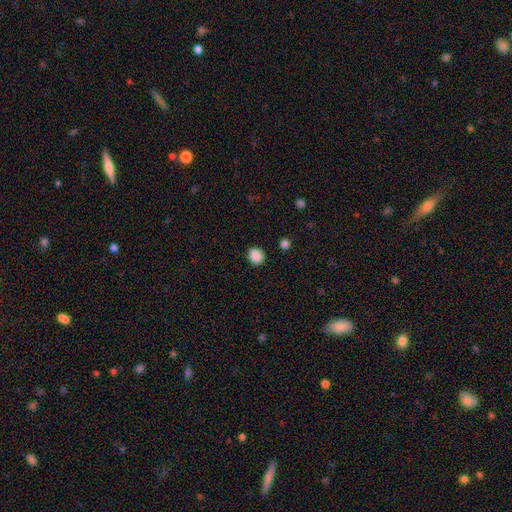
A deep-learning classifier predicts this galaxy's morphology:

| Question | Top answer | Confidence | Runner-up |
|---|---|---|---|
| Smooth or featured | smooth | 88% | star or artifact (9%) |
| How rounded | round | 74% | in between (25%) |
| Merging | none | 88% | minor disturbance (8%) |